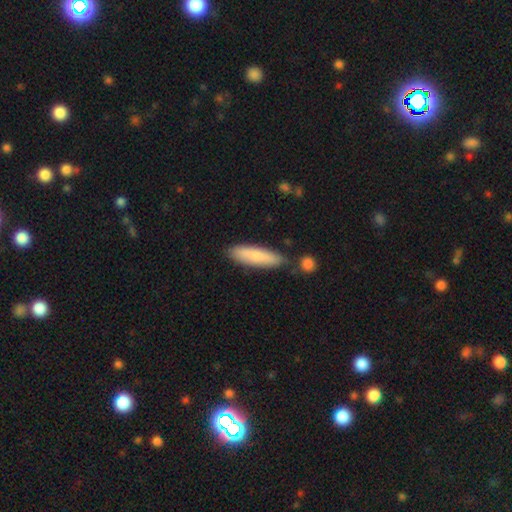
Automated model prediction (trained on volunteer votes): Morphology: type=smooth (77%); roundness=cigar-shaped (67%); merging=none (77%).